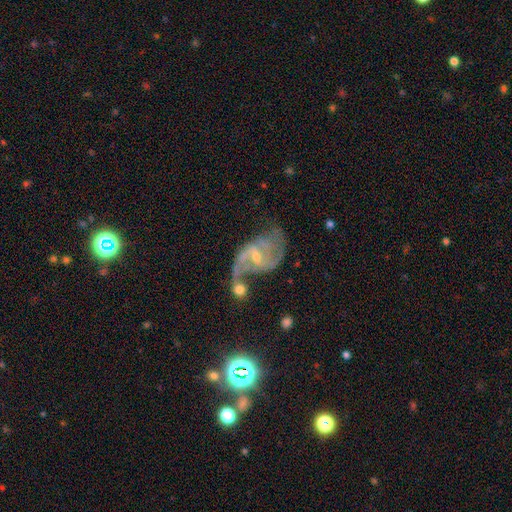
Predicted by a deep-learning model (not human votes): smooth-or-featured: featured or disk: 86% | star or artifact: 7% | smooth: 7%
  disk-edge-on: no: 97% | yes: 3%
    bar: weak: 52% | no: 27% | strong: 21%
    has-spiral-arms: yes: 95% | no: 5%
      spiral-winding: loose: 46% | medium: 42% | tight: 12%
      spiral-arm-count: 2: 78% | can't tell: 8% | 3: 6% | 1: 4% | 4: 2% | more than 4: 2%
    bulge-size: small: 63% | moderate: 31% | none: 4% | large: 1% | dominant: 1%
  merging: none: 35% | merger: 26% | major disturbance: 20% | minor disturbance: 19%